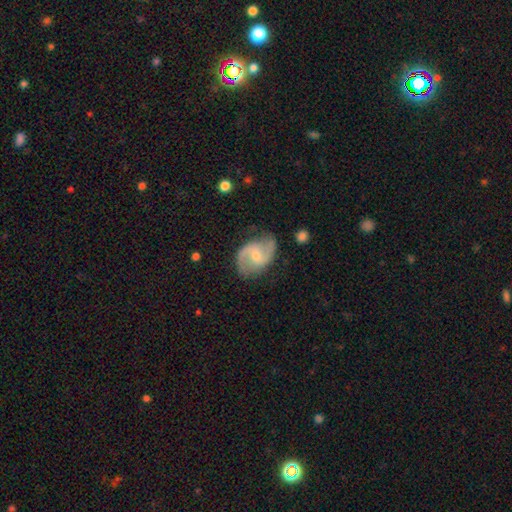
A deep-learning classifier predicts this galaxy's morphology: featured or disk 85%, smooth 10%, star or artifact 5%. Down the decision tree: edge-on disk — no (98%); bar — weak (49%); spiral arms — yes (96%); spiral arm count — 2 (92%); spiral winding — medium (49%); bulge size — small (51%); merging — none (78%).